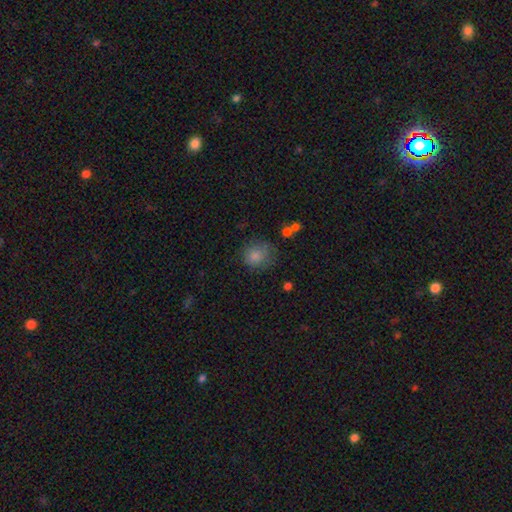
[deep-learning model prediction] A smooth galaxy with no disk features (82%) that is round (80%). Merging: none (66%).